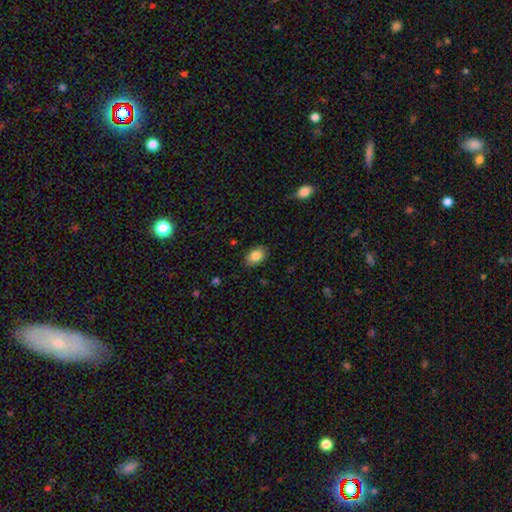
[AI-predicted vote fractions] Smooth or featured? Predicted: smooth (p=0.84). How rounded? Predicted: in between (p=0.83). Merging? Predicted: none (p=0.86).